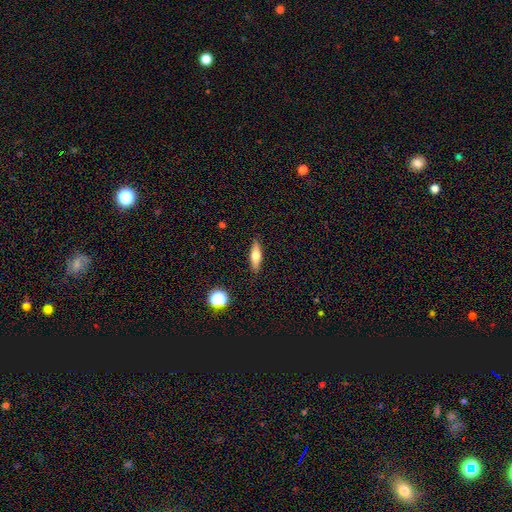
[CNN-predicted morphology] This is possibly a smooth galaxy (55%). How rounded: possibly cigar-shaped (56%). Merging: clearly none (88%).